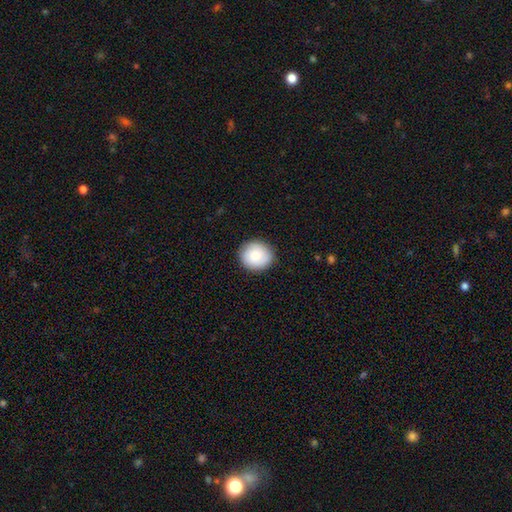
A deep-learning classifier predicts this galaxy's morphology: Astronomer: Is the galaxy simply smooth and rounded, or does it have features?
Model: smooth — 82%.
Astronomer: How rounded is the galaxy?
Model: round — 87%.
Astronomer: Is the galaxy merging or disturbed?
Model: none — 89%.